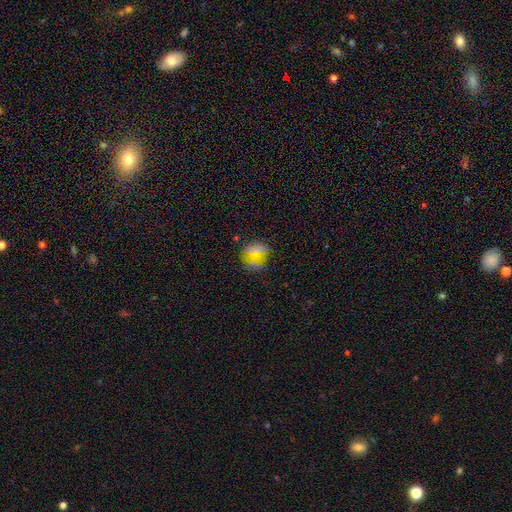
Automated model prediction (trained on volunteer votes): Overall: smooth (51%; star or artifact 28%). How rounded: round (68%; in between 30%). Merging: none (58%; minor disturbance 20%).